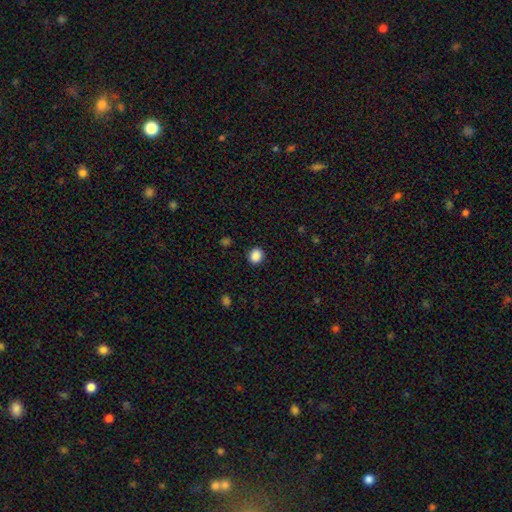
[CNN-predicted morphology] Smooth or featured?
  - smooth: 88% *
  - star or artifact: 10%
  - featured or disk: 2%
How rounded?
  - round: 79% *
  - in between: 21%
  - cigar-shaped: 1%
Merging?
  - none: 90% *
  - minor disturbance: 6%
  - major disturbance: 2%
  - merger: 1%